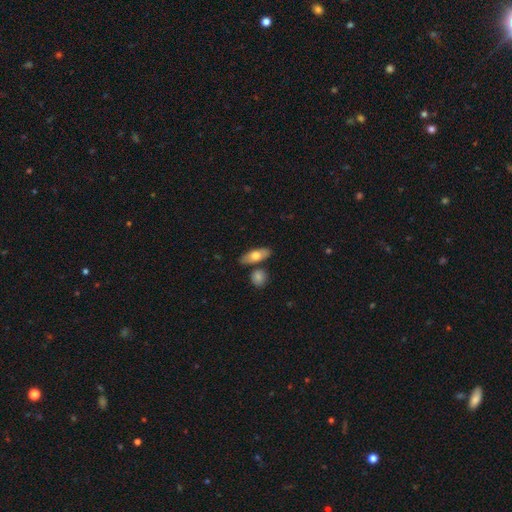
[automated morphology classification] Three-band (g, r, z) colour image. It shows a smooth galaxy with no disk features (66%) that is in between round and cigar-shaped (72%). Merging: none (76%).